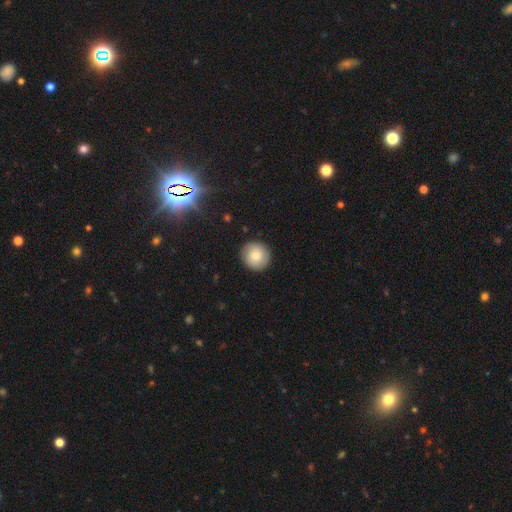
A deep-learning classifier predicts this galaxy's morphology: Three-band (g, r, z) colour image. It shows a smooth galaxy with no disk features (79%) that is round (94%). Merging: none (90%).